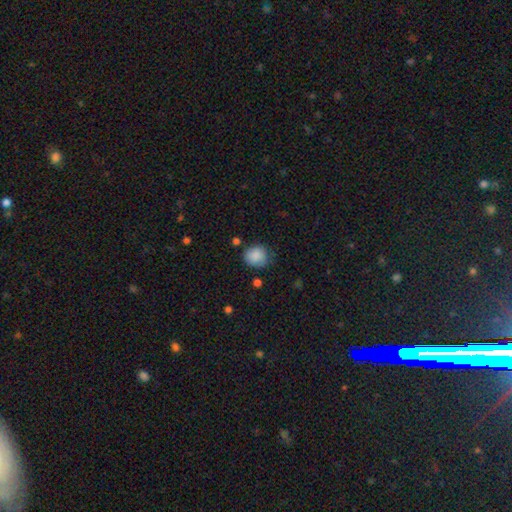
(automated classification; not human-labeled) A smooth galaxy with no disk features (87%) that is round (76%). Merging: none (67%).